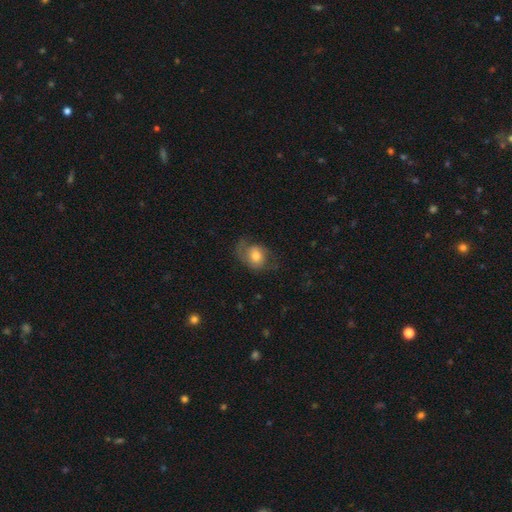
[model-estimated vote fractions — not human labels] This appears to be a smooth galaxy with no disk features (51%) that is in between round and cigar-shaped (55%). Merging: none (53%).